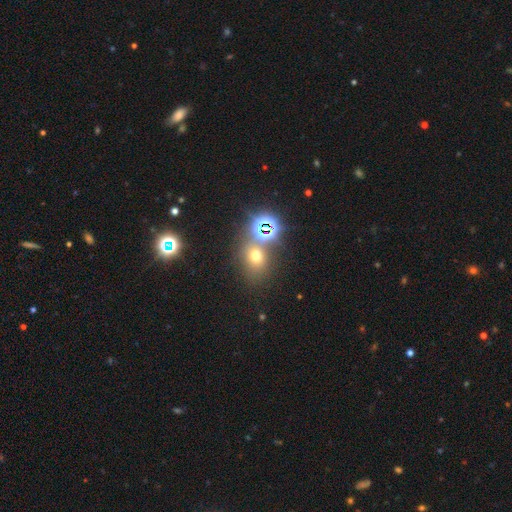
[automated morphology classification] A smooth galaxy with no disk features (52%) that is round (58%). Merging: none (64%).